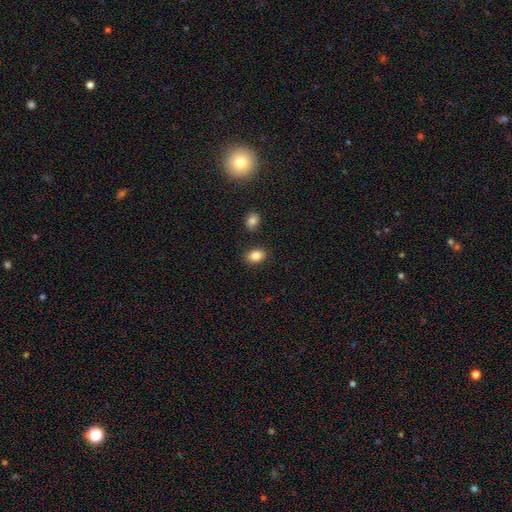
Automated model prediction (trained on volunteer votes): Q: Smooth or featured?
A: smooth (84%); runner-up: star or artifact (9%)
Q: How rounded?
A: in between (74%); runner-up: round (25%)
Q: Merging?
A: none (85%); runner-up: minor disturbance (9%)